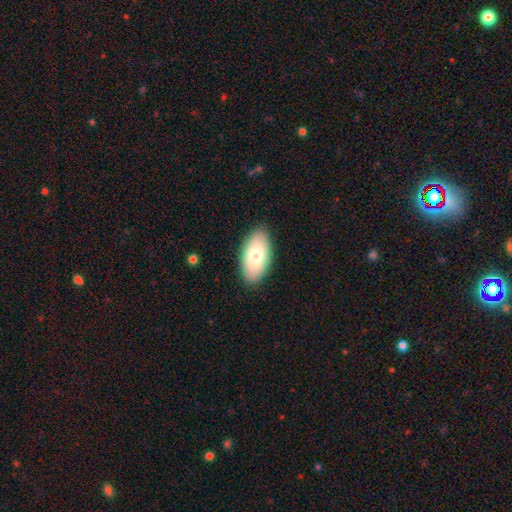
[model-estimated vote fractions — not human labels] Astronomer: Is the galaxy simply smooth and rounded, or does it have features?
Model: smooth — 78%.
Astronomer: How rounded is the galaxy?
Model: in between — 95%.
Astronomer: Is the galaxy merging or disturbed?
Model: none — 88%.